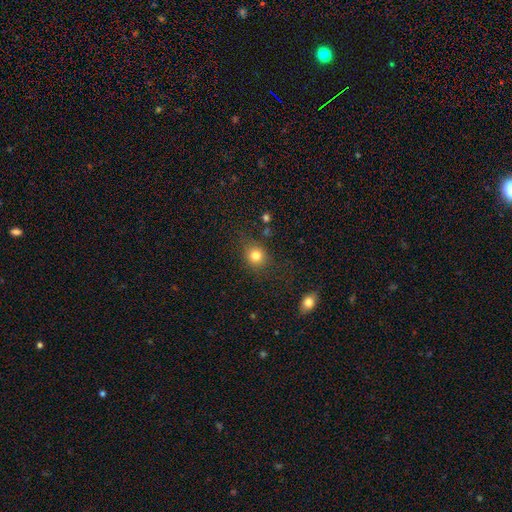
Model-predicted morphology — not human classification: smooth-or-featured: smooth: 81% | star or artifact: 12% | featured or disk: 7%
  how-rounded: round: 82% | in between: 17% | cigar-shaped: 1%
  merging: none: 79% | minor disturbance: 13% | major disturbance: 5% | merger: 3%